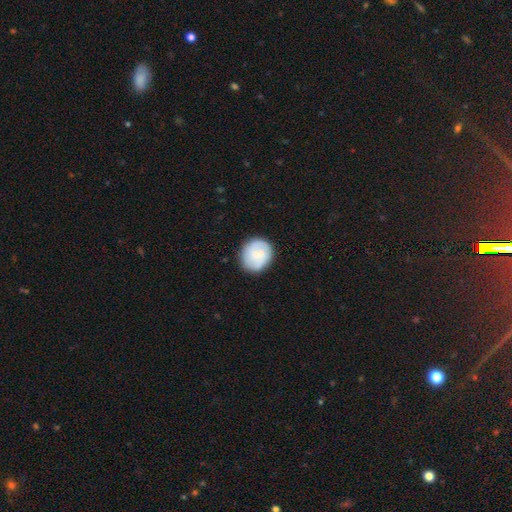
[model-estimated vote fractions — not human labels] Q: Smooth or featured?
A: smooth (55%); runner-up: featured or disk (38%)
Q: How rounded?
A: round (84%); runner-up: in between (15%)
Q: Merging?
A: none (84%); runner-up: minor disturbance (11%)